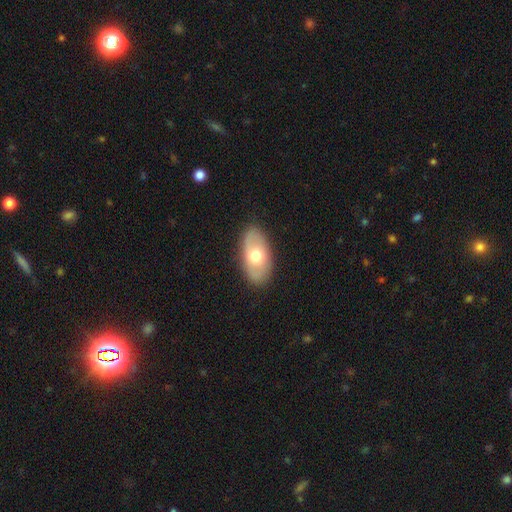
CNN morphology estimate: The model was most divided on "smooth or featured": smooth: 58%, featured or disk: 36%, star or artifact: 6%. More confident: how rounded — in between (91%); merging — none (85%).